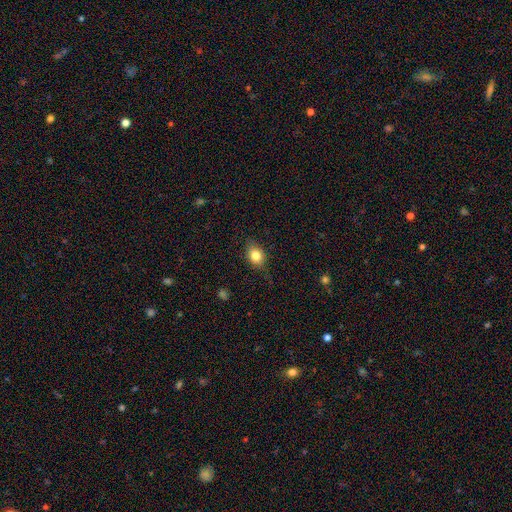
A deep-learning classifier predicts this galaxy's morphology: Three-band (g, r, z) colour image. It shows a smooth galaxy with no disk features (80%) that is in between round and cigar-shaped (59%). Merging: none (78%).